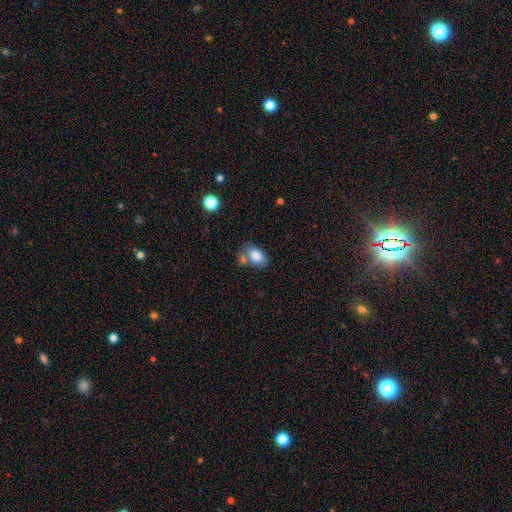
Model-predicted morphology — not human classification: Smooth or featured: smooth — 82% (featured or disk — 10%)
How rounded: in between — 88% (round — 10%)
Merging: none — 48% (merger — 29%)